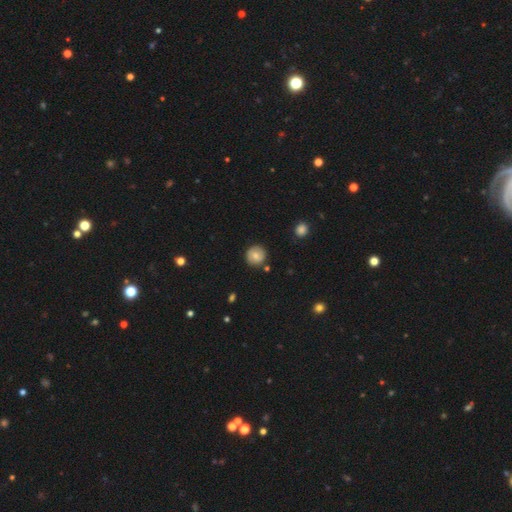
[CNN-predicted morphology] smooth_or_featured: smooth (p=0.73) [alt: featured or disk p=0.17]
how_rounded: round (p=0.93) [alt: in between p=0.06]
merging: none (p=0.87) [alt: minor disturbance p=0.09]